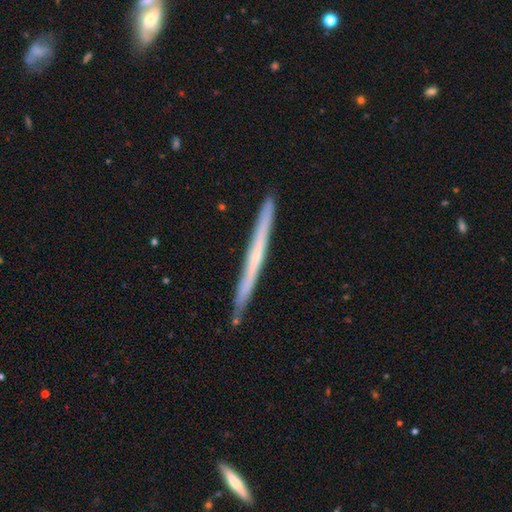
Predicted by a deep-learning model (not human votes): Smooth or featured: featured or disk — 58% (smooth — 36%)
Edge-on disk: yes — 97% (no — 3%)
Edge-on bulge: none — 83% (rounded — 13%)
Merging: none — 90% (minor disturbance — 8%)